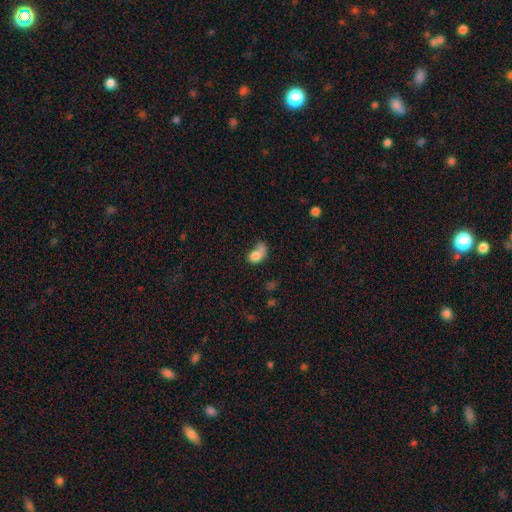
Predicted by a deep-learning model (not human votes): Smooth or featured?
  - smooth: 77% *
  - featured or disk: 14%
  - star or artifact: 9%
How rounded?
  - in between: 69% *
  - round: 29%
  - cigar-shaped: 2%
Merging?
  - none: 27% * (tied)
  - major disturbance: 27% * (tied)
  - merger: 25%
  - minor disturbance: 22%